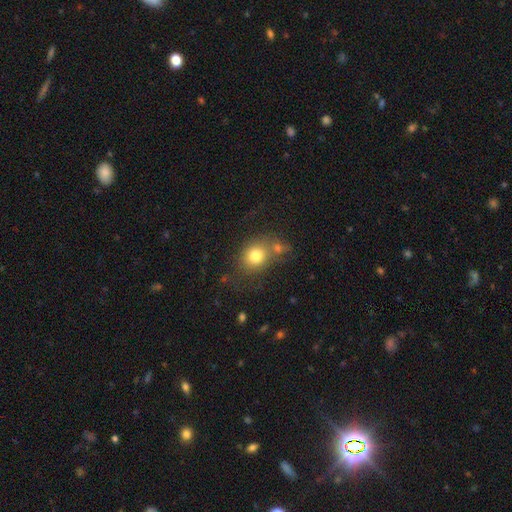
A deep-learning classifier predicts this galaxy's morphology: Smooth or featured?
  - smooth: 77% *
  - featured or disk: 12%
  - star or artifact: 11%
How rounded?
  - round: 62% *
  - in between: 37%
  - cigar-shaped: 1%
Merging?
  - none: 54% *
  - merger: 24%
  - minor disturbance: 16%
  - major disturbance: 7%